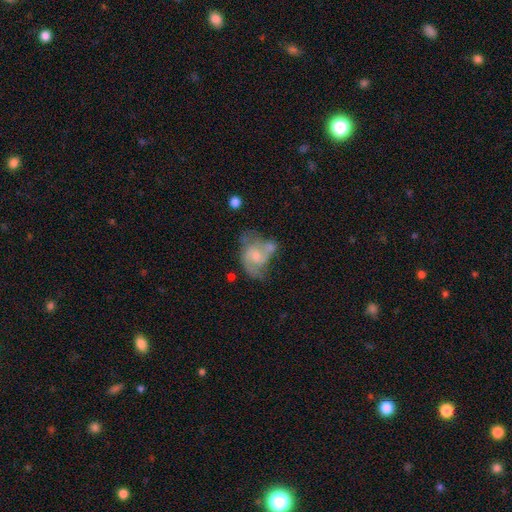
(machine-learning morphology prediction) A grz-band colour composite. It shows a featured or disk galaxy (61%) with no bar (66%), spiral arms (77%) and a moderate central bulge (38%). Merging: merger (29%).